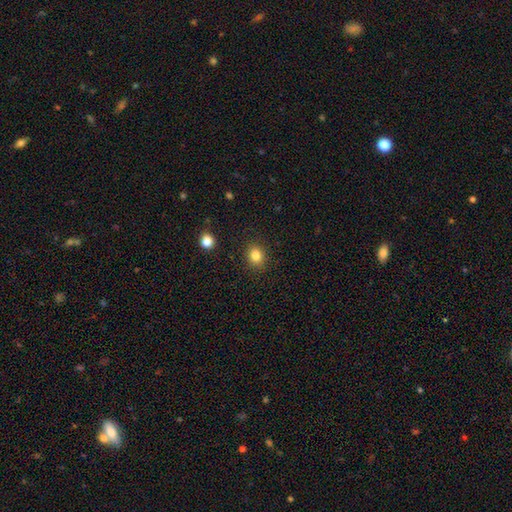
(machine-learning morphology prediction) type=smooth (83%); roundness=round (62%); merging=none (89%).